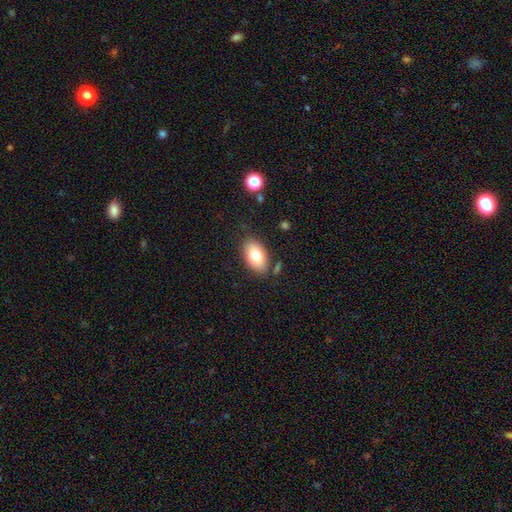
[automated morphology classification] A smooth galaxy with no disk features (78%) that is in between round and cigar-shaped (92%).

Vote fractions:
- Smooth or featured? smooth: 78% / featured or disk: 14% / star or artifact: 8%
- How rounded? in between: 92% / round: 7% / cigar-shaped: 2%
- Merging? none: 81% / minor disturbance: 12% / merger: 3% / major disturbance: 3%